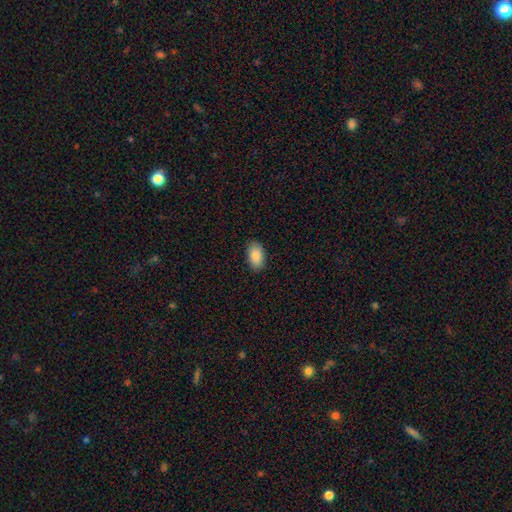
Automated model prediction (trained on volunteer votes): This appears to be a smooth galaxy with no disk features (88%) that is in between round and cigar-shaped (94%). Merging: none (88%).